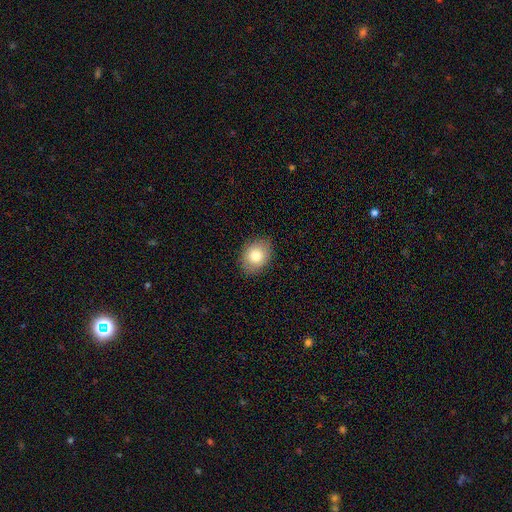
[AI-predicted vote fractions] This appears to be a smooth galaxy with no disk features (81%) that is in between round and cigar-shaped (63%). Merging: none (88%).